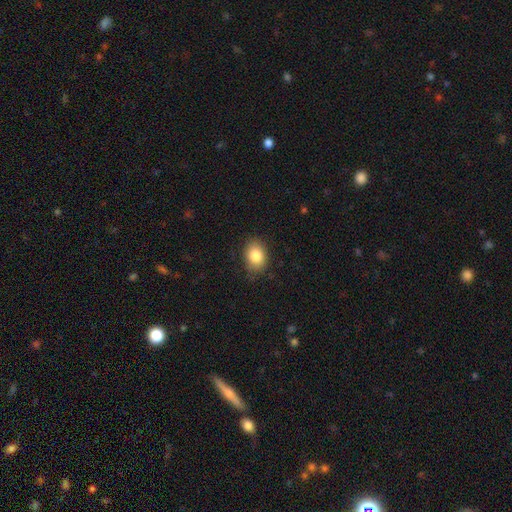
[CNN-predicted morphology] This appears to be a smooth galaxy with no disk features (85%) that is in between round and cigar-shaped (67%). Merging: none (82%).